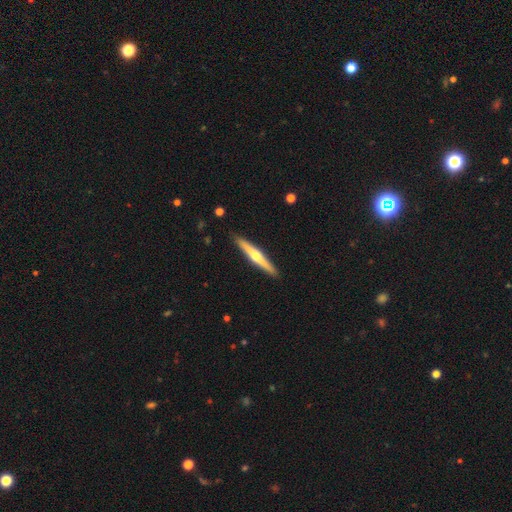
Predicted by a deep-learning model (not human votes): The model was most divided on "smooth or featured": featured or disk: 63%, smooth: 32%, star or artifact: 5%. More confident: edge-on disk — yes (97%); merging — none (91%); edge-on bulge — rounded (89%).